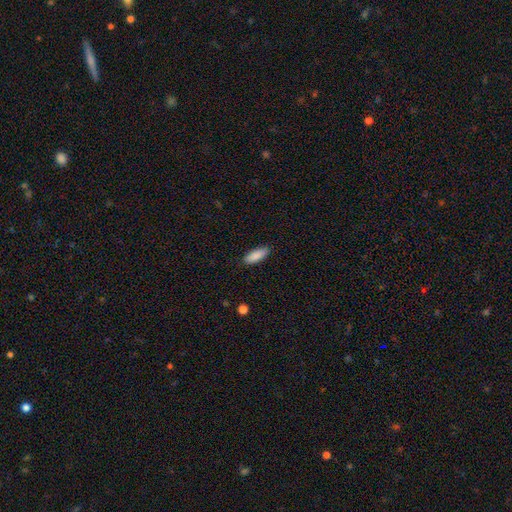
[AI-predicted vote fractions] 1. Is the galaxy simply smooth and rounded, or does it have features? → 89% smooth, 6% star or artifact, 5% featured or disk.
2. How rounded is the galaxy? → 64% in between, 35% cigar-shaped, 2% round.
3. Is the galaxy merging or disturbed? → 88% none, 9% minor disturbance, 2% major disturbance, 1% merger.